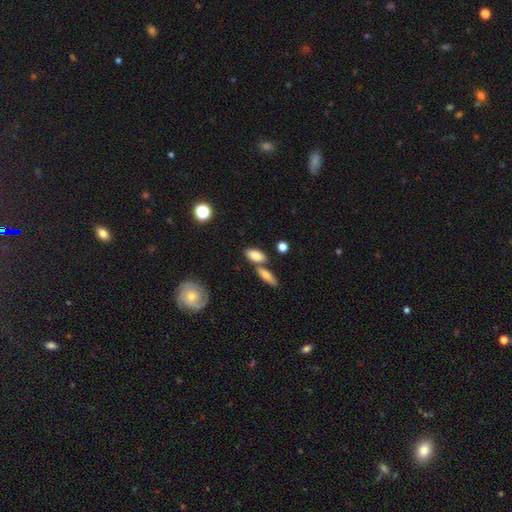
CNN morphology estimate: A smooth galaxy with no disk features (79%) that is in between round and cigar-shaped (84%).

Vote fractions:
- Smooth or featured? smooth: 79% / featured or disk: 13% / star or artifact: 8%
- How rounded? in between: 84% / cigar-shaped: 11% / round: 5%
- Merging? none: 60% / merger: 24% / minor disturbance: 12% / major disturbance: 4%